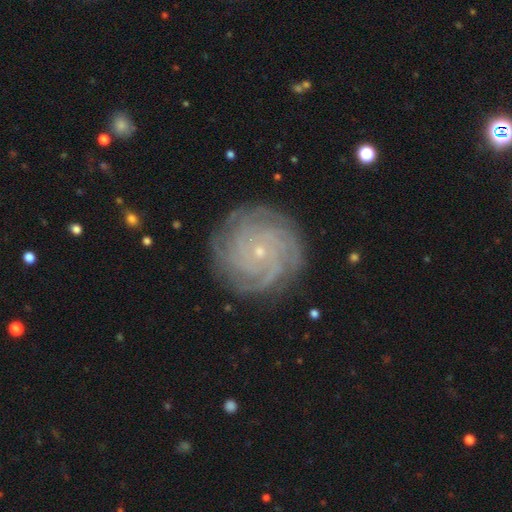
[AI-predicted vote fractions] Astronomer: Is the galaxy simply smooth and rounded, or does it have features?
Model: featured or disk — 82%.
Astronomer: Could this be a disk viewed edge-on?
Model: no — 97%.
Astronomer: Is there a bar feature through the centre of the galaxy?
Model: no — 82%.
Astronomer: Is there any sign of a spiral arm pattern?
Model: yes — 97%.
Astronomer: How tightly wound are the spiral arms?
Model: tight — 84%.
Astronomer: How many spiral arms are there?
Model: can't tell — 24% (runner-up: 4, 23%).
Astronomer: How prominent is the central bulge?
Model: small — 88%.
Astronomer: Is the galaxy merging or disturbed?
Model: none — 85%.